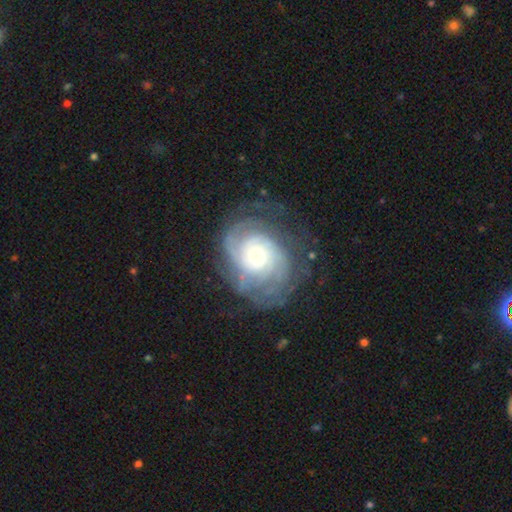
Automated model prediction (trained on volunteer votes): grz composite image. It shows a featured or disk galaxy (86%) with no bar (78%), tight (70%) spiral arms (96%) and a moderate central bulge (47%). Merging: none (67%).